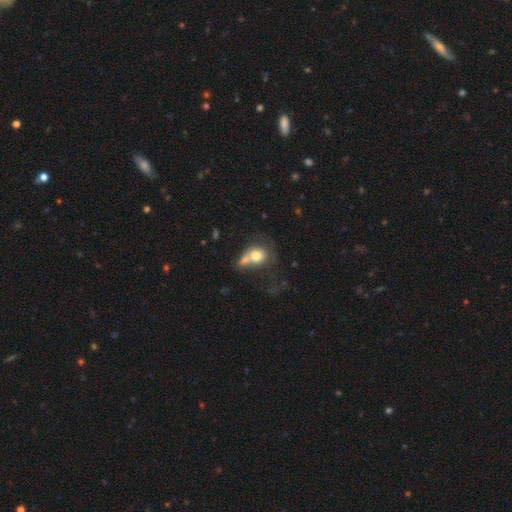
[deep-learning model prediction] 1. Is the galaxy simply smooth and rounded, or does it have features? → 70% smooth, 21% featured or disk, 9% star or artifact.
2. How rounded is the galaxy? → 64% round, 35% in between, 1% cigar-shaped.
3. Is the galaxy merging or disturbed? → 53% merger, 22% none, 13% major disturbance, 12% minor disturbance.